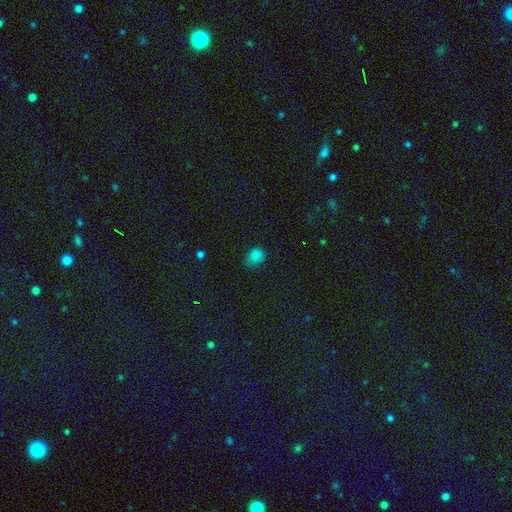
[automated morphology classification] Overall: smooth (79%). How rounded: round (55%; in between 44%). Merging: none (59%; minor disturbance 32%).